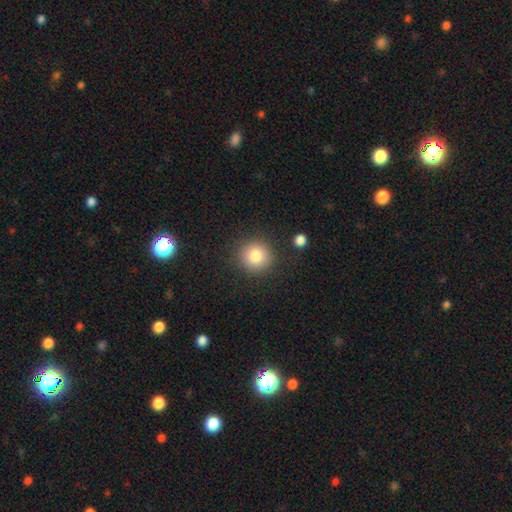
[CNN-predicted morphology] The model was most divided on "smooth or featured": smooth: 82%, star or artifact: 11%, featured or disk: 8%. More confident: how rounded — round (92%); merging — none (87%).